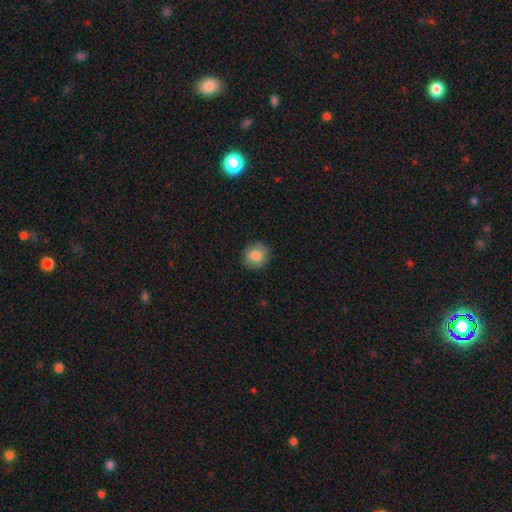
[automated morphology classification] smooth 82%, featured or disk 9%, star or artifact 9%. Down the decision tree: how rounded — round (87%); merging — none (86%).